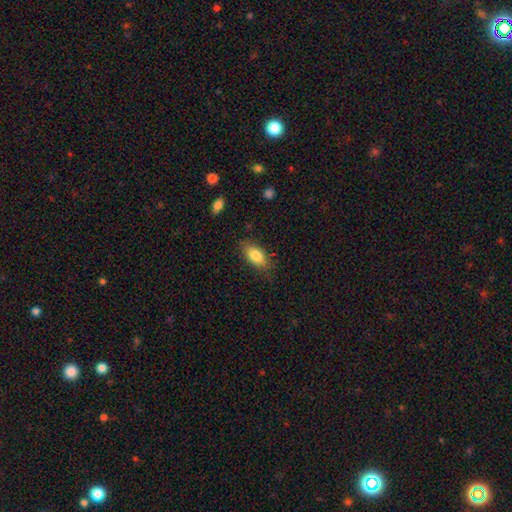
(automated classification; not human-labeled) smooth_or_featured: smooth (p=0.83) [alt: featured or disk p=0.10]
how_rounded: in between (p=0.88) [alt: cigar-shaped p=0.08]
merging: none (p=0.80) [alt: minor disturbance p=0.15]